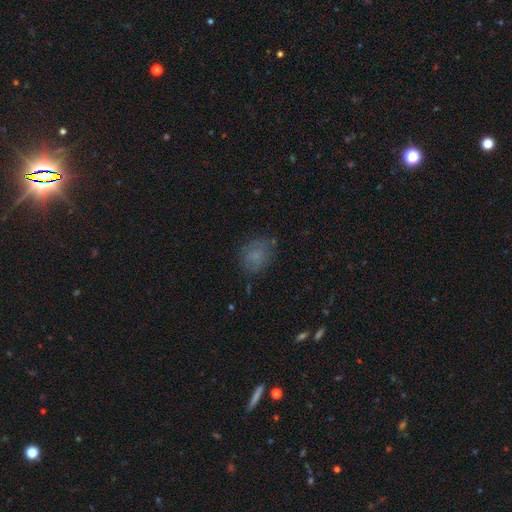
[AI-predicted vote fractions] Morphology: type=smooth (65%); roundness=round (53%); merging=none (67%).